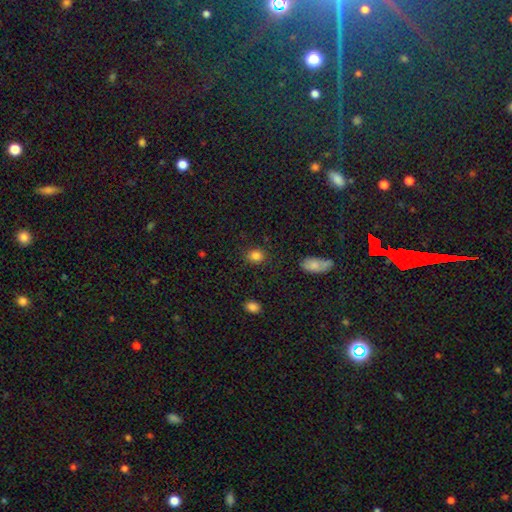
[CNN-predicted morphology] Smooth or featured: smooth — 84% (star or artifact — 11%)
How rounded: round — 63% (in between — 35%)
Merging: none — 82% (minor disturbance — 12%)